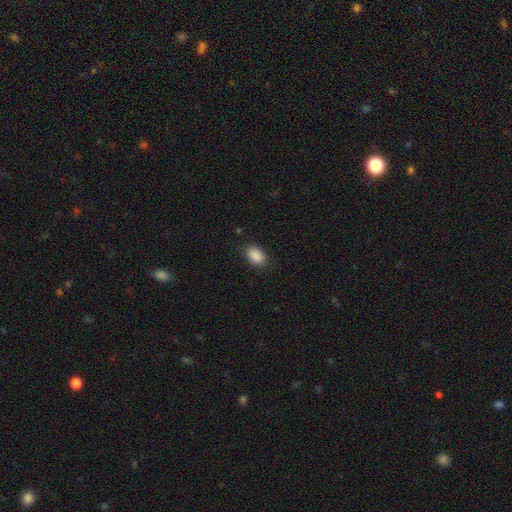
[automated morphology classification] type=smooth (89%); roundness=in between (83%); merging=none (85%).